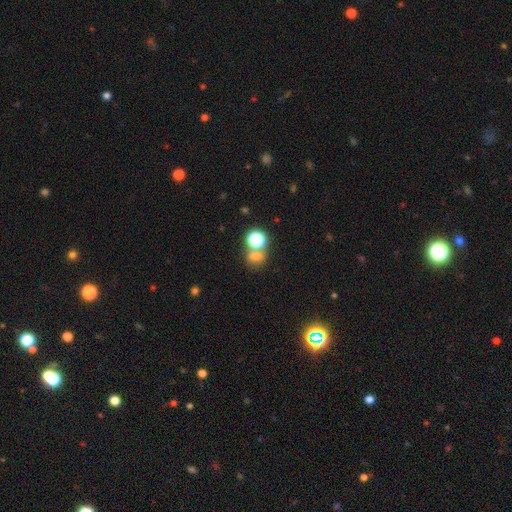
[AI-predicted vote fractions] Smooth or featured? Predicted: smooth (p=0.64). How rounded? Predicted: round (p=0.59). Merging? Predicted: none (p=0.50).